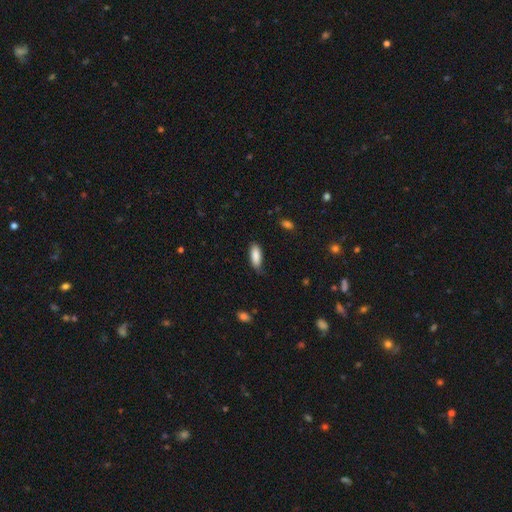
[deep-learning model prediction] Smooth or featured: smooth — 87% (featured or disk — 7%)
How rounded: in between — 75% (cigar-shaped — 23%)
Merging: none — 68% (minor disturbance — 26%)